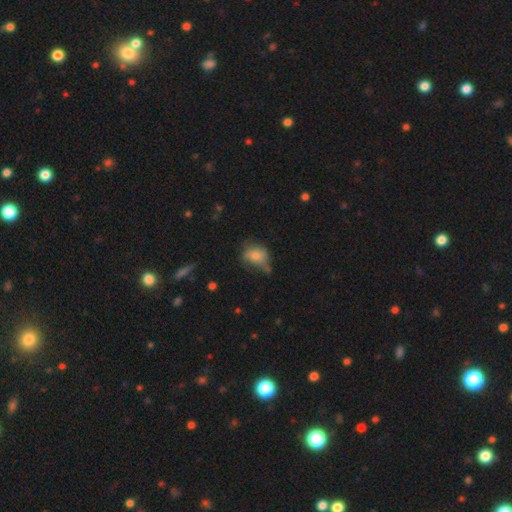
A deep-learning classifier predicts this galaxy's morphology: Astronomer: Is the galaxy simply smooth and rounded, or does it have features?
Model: smooth — 70%.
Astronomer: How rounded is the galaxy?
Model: in between — 59% (runner-up: round, 39%).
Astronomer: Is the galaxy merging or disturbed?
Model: none — 41% (runner-up: minor disturbance, 35%).